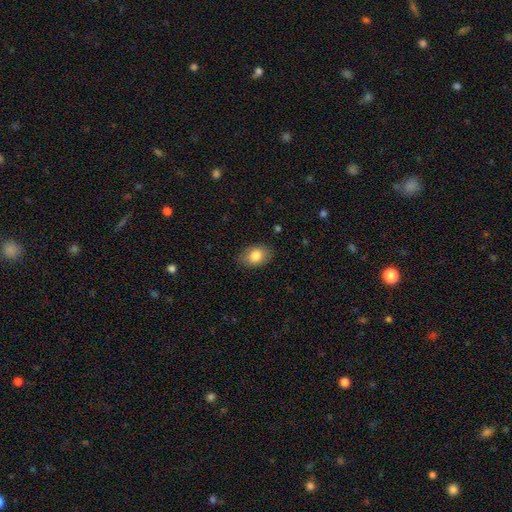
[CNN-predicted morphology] Q: Smooth or featured?
A: smooth (83%); runner-up: featured or disk (10%)
Q: How rounded?
A: in between (82%); runner-up: round (17%)
Q: Merging?
A: none (84%); runner-up: minor disturbance (12%)